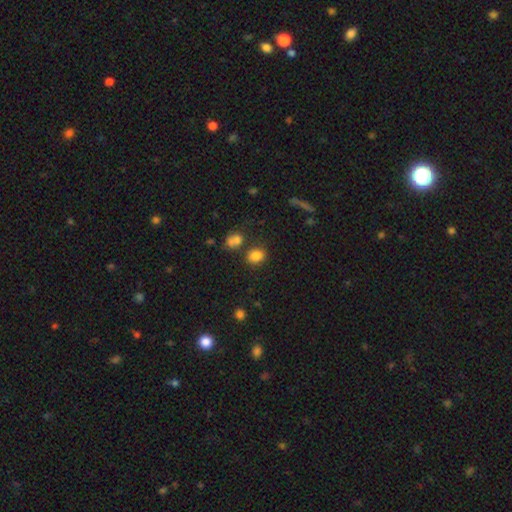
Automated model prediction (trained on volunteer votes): Smooth or featured? smooth (82%)
How rounded? round (51%)
Merging? none (73%)